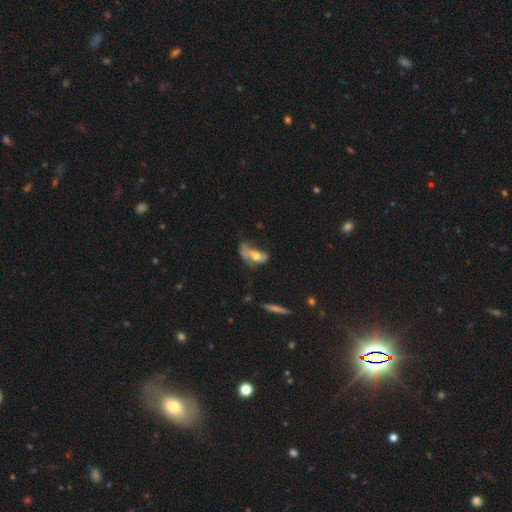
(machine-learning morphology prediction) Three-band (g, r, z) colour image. It shows a smooth galaxy with no disk features (51%) that is in between round and cigar-shaped (79%). Merging: major disturbance (42%).